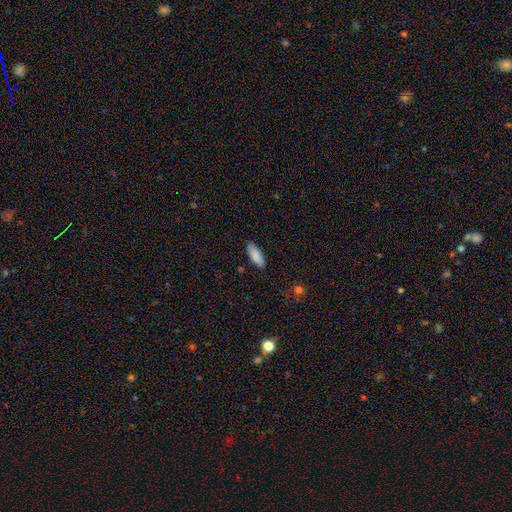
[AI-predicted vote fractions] smooth-or-featured: smooth: 89% | star or artifact: 6% | featured or disk: 5%
  how-rounded: in between: 68% | cigar-shaped: 31% | round: 2%
  merging: none: 86% | minor disturbance: 10% | major disturbance: 2% | merger: 1%